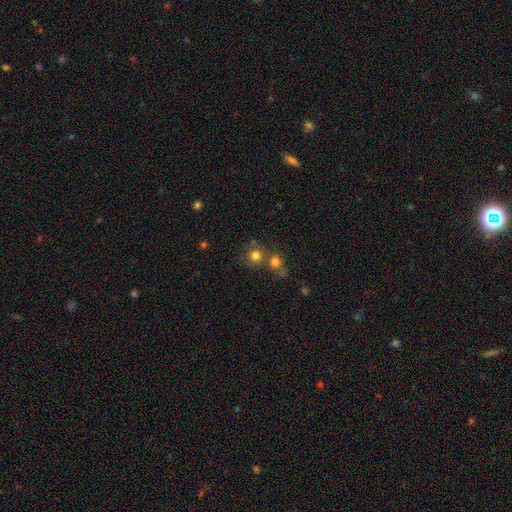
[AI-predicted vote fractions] Smooth or featured? smooth (76%)
How rounded? round (90%)
Merging? none (59%)